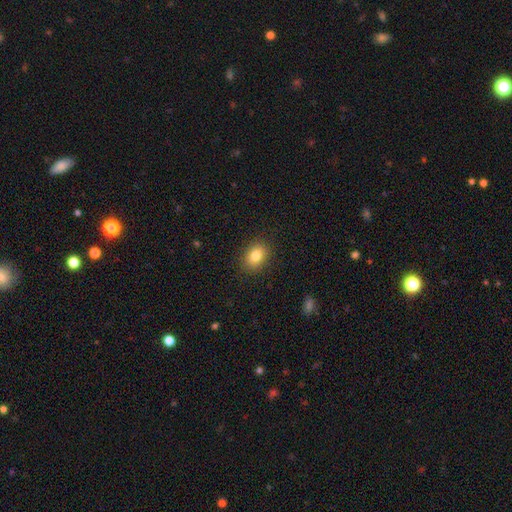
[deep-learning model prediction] Smooth or featured? smooth (82%)
How rounded? in between (66%)
Merging? none (89%)